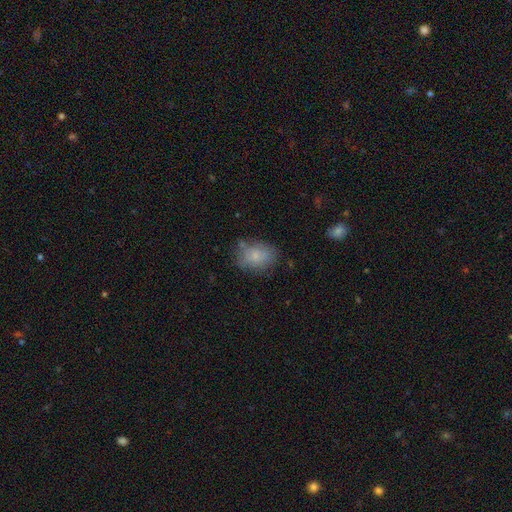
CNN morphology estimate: smooth_or_featured: smooth (p=0.77) [alt: featured or disk p=0.14]
how_rounded: in between (p=0.68) [alt: round p=0.31]
merging: none (p=0.67) [alt: minor disturbance p=0.22]